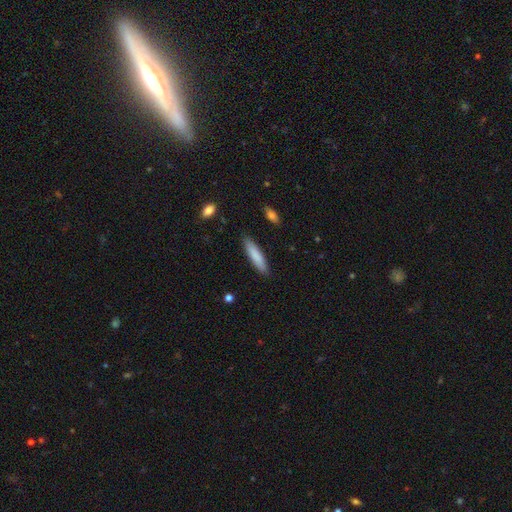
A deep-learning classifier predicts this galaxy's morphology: Q: Smooth or featured?
A: smooth (84%); runner-up: featured or disk (11%)
Q: How rounded?
A: cigar-shaped (81%); runner-up: in between (18%)
Q: Merging?
A: none (89%); runner-up: minor disturbance (8%)